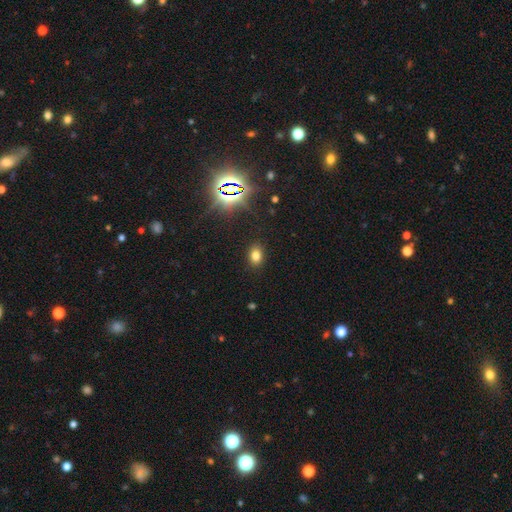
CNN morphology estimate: Smooth or featured?
  - smooth: 74% *
  - star or artifact: 19%
  - featured or disk: 7%
How rounded?
  - in between: 73% *
  - round: 26%
  - cigar-shaped: 1%
Merging?
  - none: 87% *
  - minor disturbance: 9%
  - major disturbance: 3%
  - merger: 1%